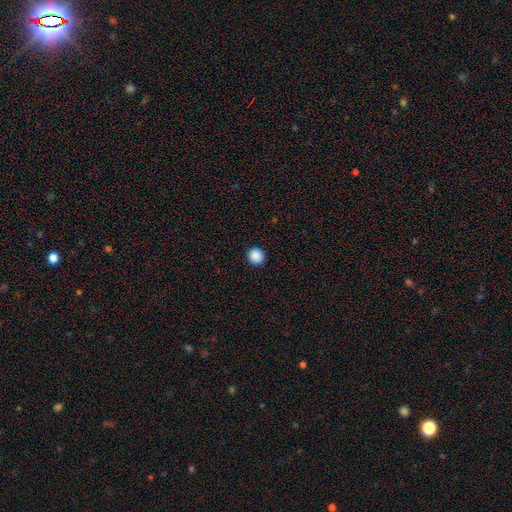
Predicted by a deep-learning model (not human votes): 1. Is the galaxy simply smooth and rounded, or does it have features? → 89% smooth, 9% star or artifact, 2% featured or disk.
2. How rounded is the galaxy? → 89% round, 10% in between, 1% cigar-shaped.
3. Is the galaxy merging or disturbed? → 93% none, 4% minor disturbance, 2% major disturbance, 1% merger.